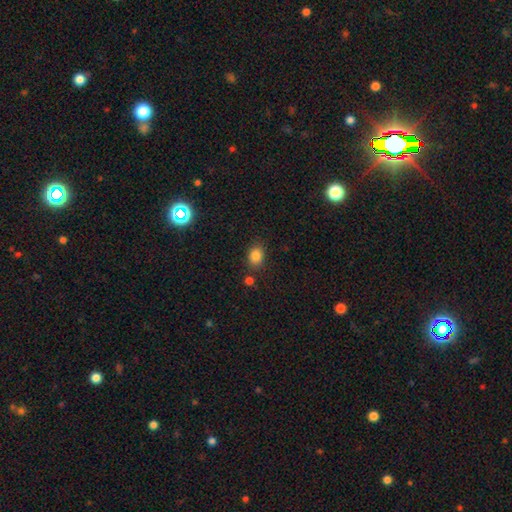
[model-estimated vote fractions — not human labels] A smooth galaxy with no disk features (83%) that is in between round and cigar-shaped (59%). Merging: none (80%).